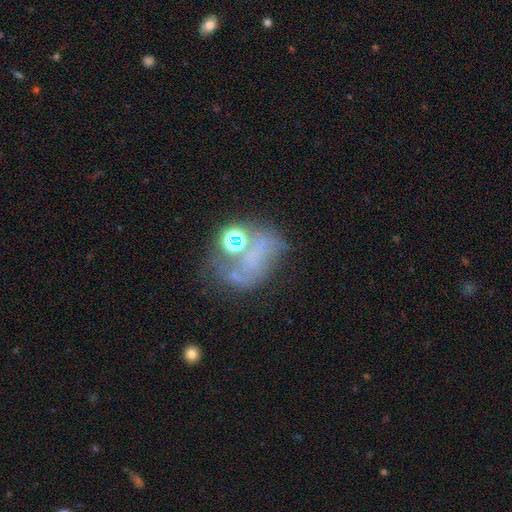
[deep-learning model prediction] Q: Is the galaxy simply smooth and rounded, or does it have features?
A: featured or disk — 39%.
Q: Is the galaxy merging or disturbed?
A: none — 40%.